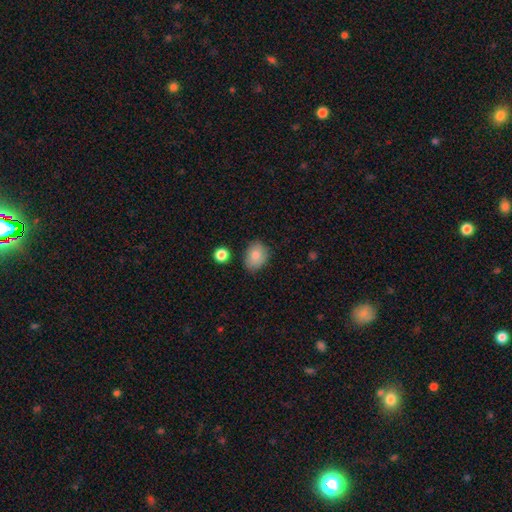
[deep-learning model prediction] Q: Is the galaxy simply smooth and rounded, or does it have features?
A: smooth — 80%.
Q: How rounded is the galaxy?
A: in between — 61%.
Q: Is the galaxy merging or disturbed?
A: none — 75%.